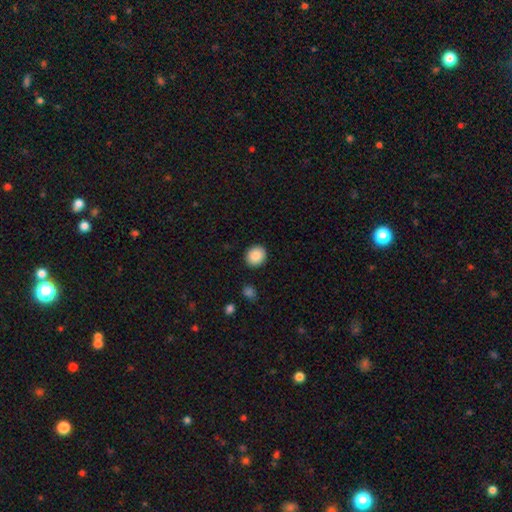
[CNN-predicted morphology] Overall: smooth (88%). How rounded: round (83%). Merging: none (91%).